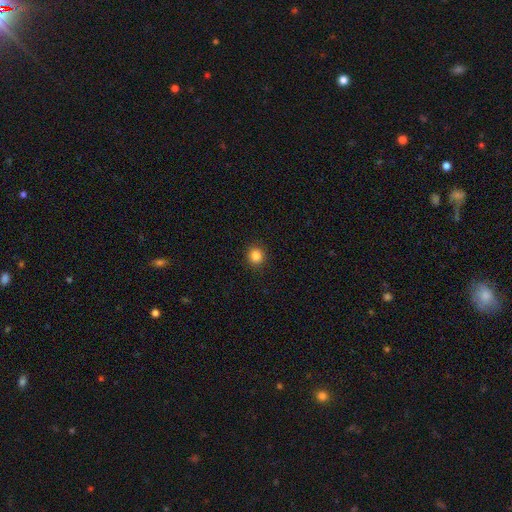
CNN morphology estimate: A smooth galaxy with no disk features (85%) that is round (90%). Merging: none (92%).